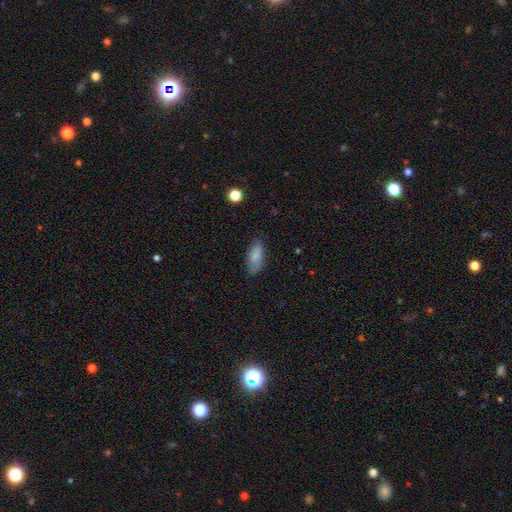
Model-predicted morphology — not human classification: A smooth galaxy with no disk features (82%) that is in between round and cigar-shaped (87%).

Vote fractions:
- Smooth or featured? smooth: 82% / featured or disk: 11% / star or artifact: 8%
- How rounded? in between: 87% / cigar-shaped: 10% / round: 2%
- Merging? none: 72% / minor disturbance: 21% / major disturbance: 5% / merger: 1%